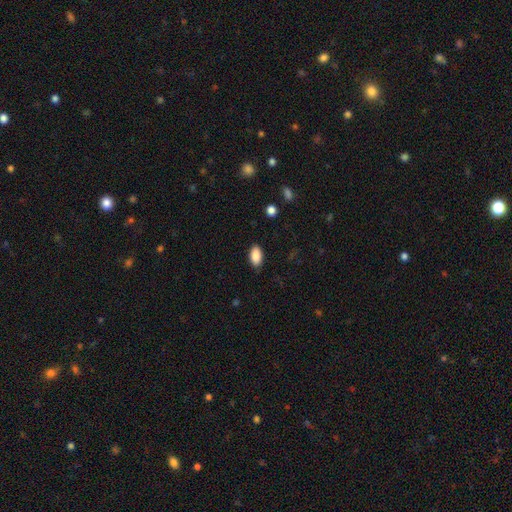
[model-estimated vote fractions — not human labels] Overall: smooth (89%). How rounded: in between (93%). Merging: none (87%).